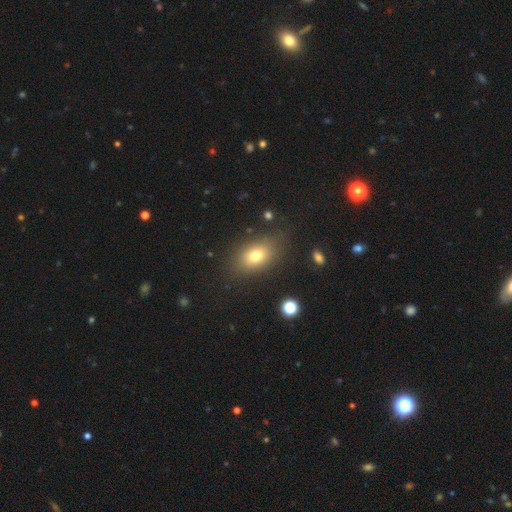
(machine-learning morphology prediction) smooth_or_featured: smooth (p=0.75) [alt: featured or disk p=0.14]
how_rounded: in between (p=0.83) [alt: round p=0.14]
merging: none (p=0.80) [alt: minor disturbance p=0.13]